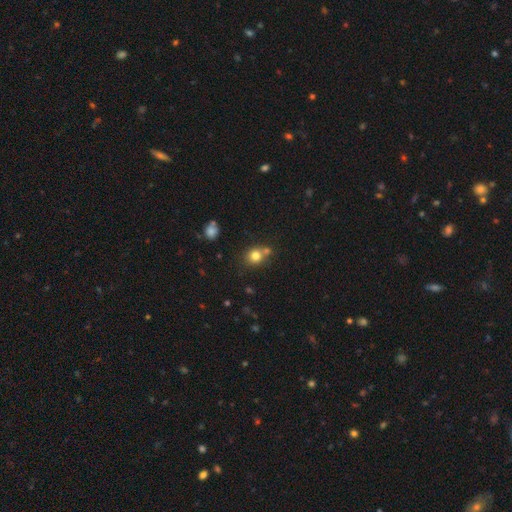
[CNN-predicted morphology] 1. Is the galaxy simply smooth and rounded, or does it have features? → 78% smooth, 13% star or artifact, 9% featured or disk.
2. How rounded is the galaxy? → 79% round, 20% in between, 1% cigar-shaped.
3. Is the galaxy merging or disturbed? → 57% none, 28% merger, 11% minor disturbance, 4% major disturbance.